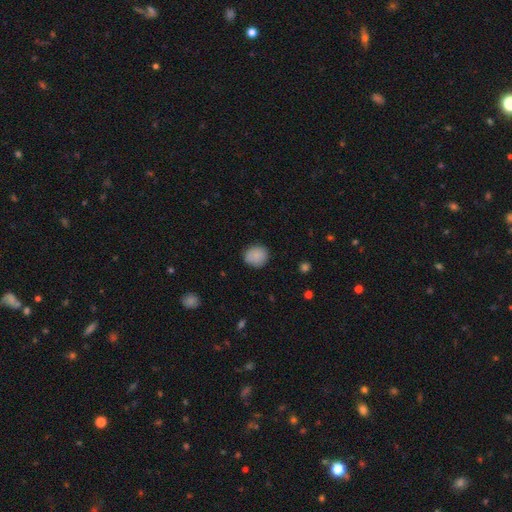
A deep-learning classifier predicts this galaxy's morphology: The model was most divided on "how rounded": round: 83%, in between: 16%, cigar-shaped: 1%. More confident: smooth or featured — smooth (87%); merging — none (86%).